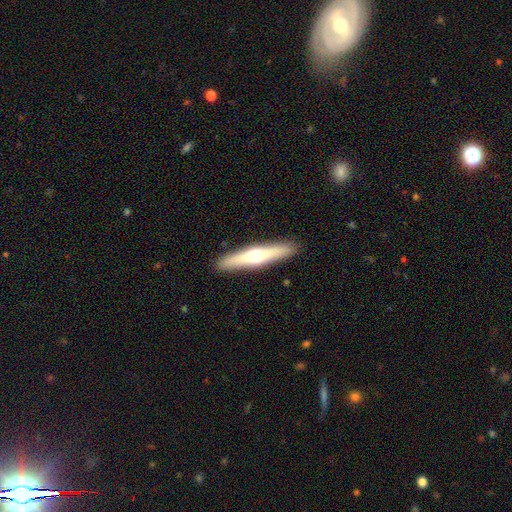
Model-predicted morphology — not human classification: smooth_or_featured: featured or disk (p=0.53) [alt: smooth p=0.42]
disk_edge_on: yes (p=0.94) [alt: no p=0.06]
merging: none (p=0.91) [alt: minor disturbance p=0.07]